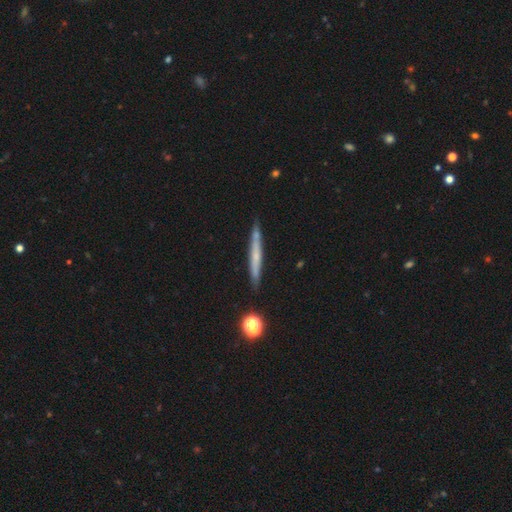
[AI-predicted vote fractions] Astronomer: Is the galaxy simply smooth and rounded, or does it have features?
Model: featured or disk — 48% (runner-up: smooth, 43%).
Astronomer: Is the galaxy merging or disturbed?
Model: none — 84%.